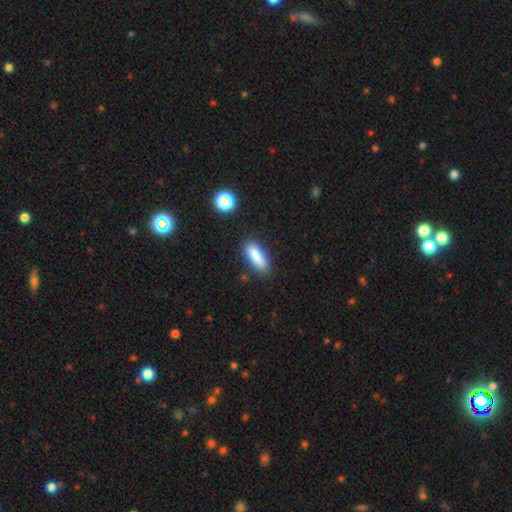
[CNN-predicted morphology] This is clearly a smooth galaxy (86%). How rounded: likely in between (61%). Merging: likely none (80%).